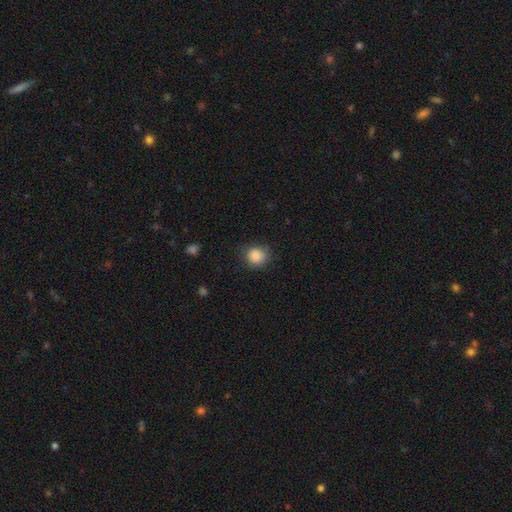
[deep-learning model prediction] smooth_or_featured: smooth (p=0.87) [alt: star or artifact p=0.09]
how_rounded: round (p=0.85) [alt: in between p=0.15]
merging: none (p=0.76) [alt: minor disturbance p=0.18]